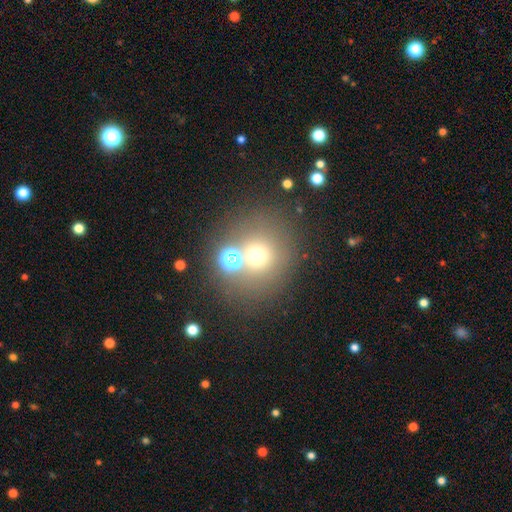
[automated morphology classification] smooth 62%, star or artifact 24%, featured or disk 14%. Down the decision tree: how rounded — round (84%); merging — none (64%).